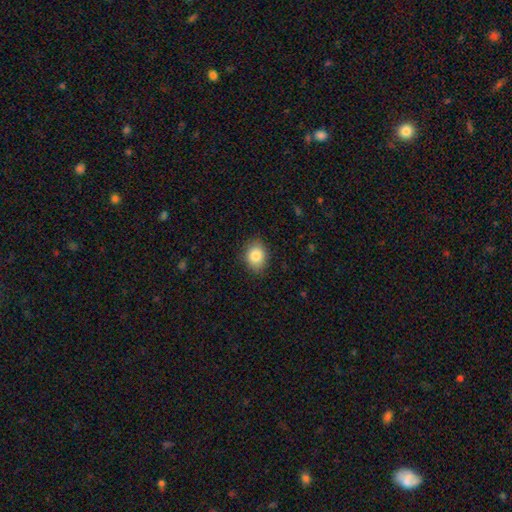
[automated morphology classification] smooth-or-featured: smooth: 85% | star or artifact: 8% | featured or disk: 6%
  how-rounded: in between: 58% | round: 41% | cigar-shaped: 1%
  merging: none: 86% | minor disturbance: 11% | major disturbance: 2% | merger: 1%